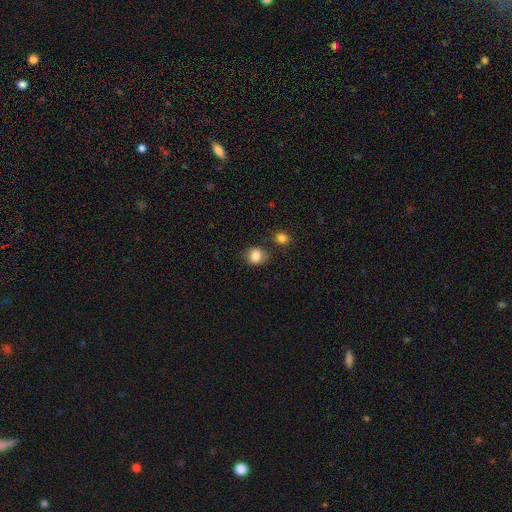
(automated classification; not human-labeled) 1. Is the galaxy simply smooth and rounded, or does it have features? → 86% smooth, 9% star or artifact, 5% featured or disk.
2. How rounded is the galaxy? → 73% round, 26% in between, 1% cigar-shaped.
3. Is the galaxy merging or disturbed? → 73% none, 15% minor disturbance, 8% merger, 5% major disturbance.